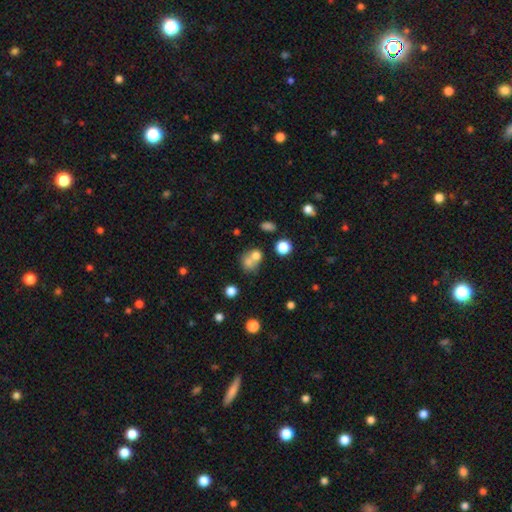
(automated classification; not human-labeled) A smooth galaxy with no disk features (67%) that is round (68%).

Vote fractions:
- Smooth or featured? smooth: 67% / star or artifact: 17% / featured or disk: 16%
- How rounded? round: 68% / in between: 31% / cigar-shaped: 1%
- Merging? merger: 52% / none: 35% / minor disturbance: 8% / major disturbance: 5%